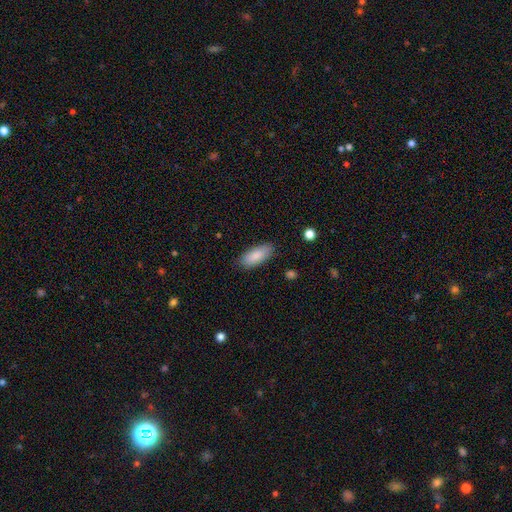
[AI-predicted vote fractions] A smooth galaxy with no disk features (86%) that is in between round and cigar-shaped (81%). Merging: none (86%).